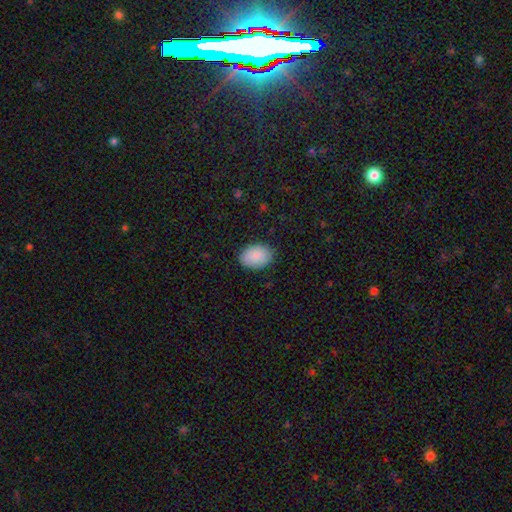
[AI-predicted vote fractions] smooth-or-featured: smooth: 90% | star or artifact: 7% | featured or disk: 4%
  how-rounded: in between: 81% | round: 18% | cigar-shaped: 1%
  merging: none: 86% | minor disturbance: 11% | major disturbance: 2% | merger: 1%